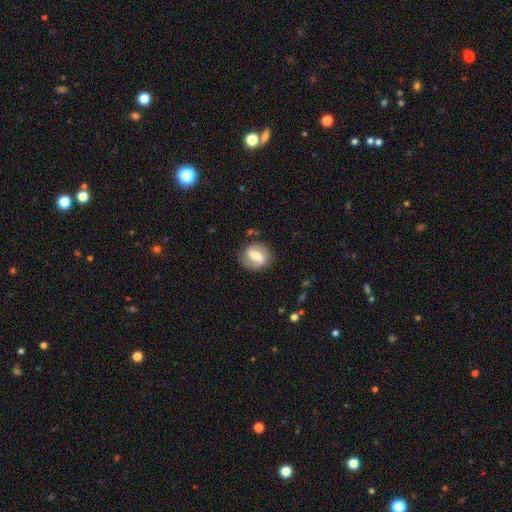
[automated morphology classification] A featured or disk galaxy (59%) with a strong bar (44%), spiral arms (72%) and a moderate central bulge (66%).

Vote fractions:
- Smooth or featured? featured or disk: 59% / smooth: 34% / star or artifact: 7%
- Edge-on disk? no: 95% / yes: 5%
- Bar? strong: 44% / weak: 38% / no: 17%
- Spiral arms? yes: 72% / no: 28%
- Bulge size? moderate: 66% / small: 24% / large: 8% / none: 1% / dominant: 1%
- Merging? none: 82% / minor disturbance: 12% / major disturbance: 4% / merger: 2%